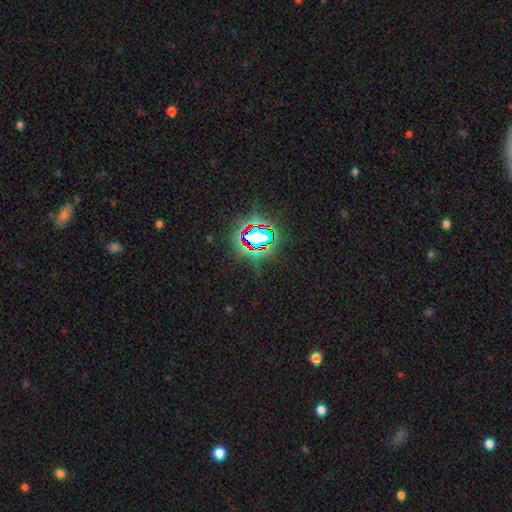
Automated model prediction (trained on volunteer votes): A star or artifact, not a galaxy (81%).